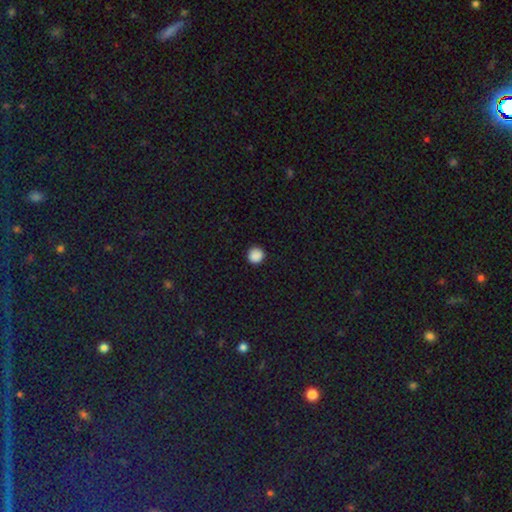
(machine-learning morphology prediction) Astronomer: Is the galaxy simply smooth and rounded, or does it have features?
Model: smooth — 88%.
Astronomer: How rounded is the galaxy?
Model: round — 94%.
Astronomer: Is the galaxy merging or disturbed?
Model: none — 93%.